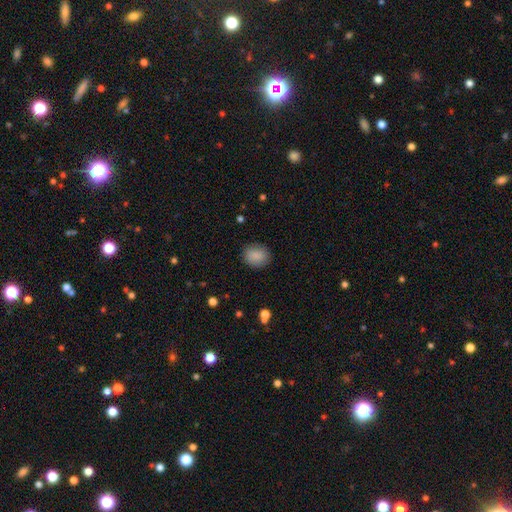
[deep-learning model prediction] smooth 88%, star or artifact 8%, featured or disk 5%. Down the decision tree: how rounded — round (64%); merging — none (86%).